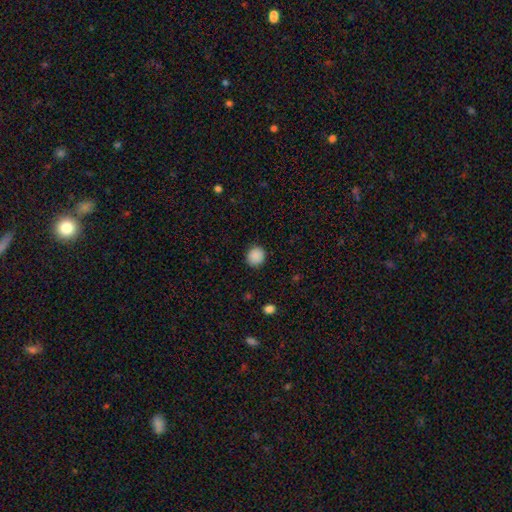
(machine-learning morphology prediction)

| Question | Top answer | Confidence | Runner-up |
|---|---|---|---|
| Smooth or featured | smooth | 88% | star or artifact (9%) |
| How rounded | round | 89% | in between (10%) |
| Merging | none | 89% | minor disturbance (8%) |